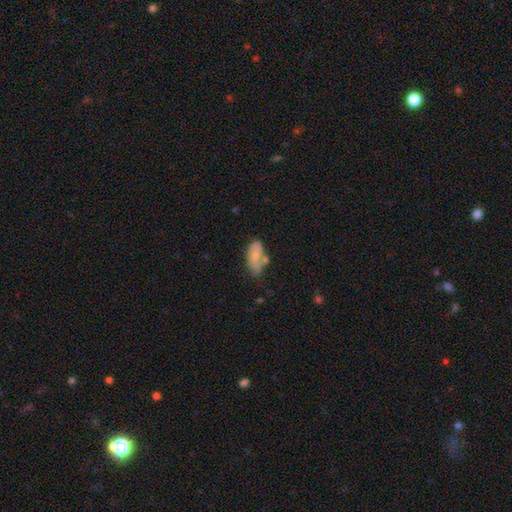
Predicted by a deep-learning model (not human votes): A smooth galaxy with no disk features (67%) that is in between round and cigar-shaped (91%). Merging: none (43%).